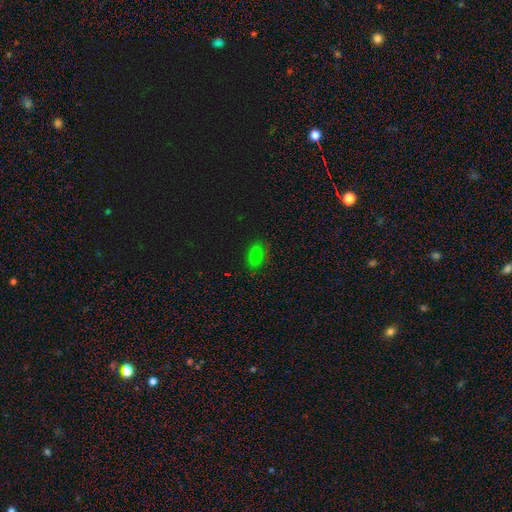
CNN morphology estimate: smooth-or-featured: smooth: 71% | star or artifact: 22% | featured or disk: 7%
  how-rounded: in between: 85% | round: 12% | cigar-shaped: 3%
  merging: none: 78% | minor disturbance: 16% | major disturbance: 4% | merger: 2%